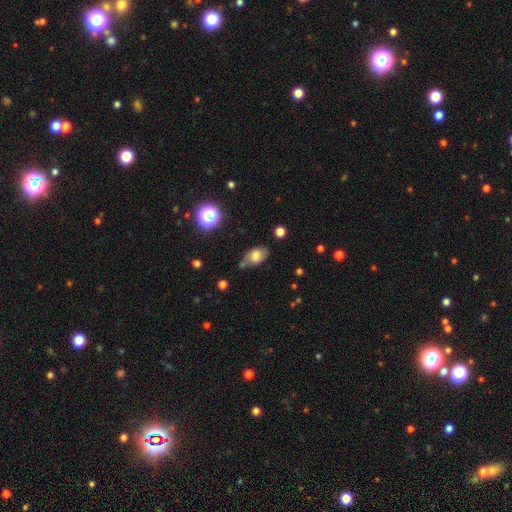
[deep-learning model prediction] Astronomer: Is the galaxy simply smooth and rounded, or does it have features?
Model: smooth — 68%.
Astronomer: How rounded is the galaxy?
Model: in between — 86%.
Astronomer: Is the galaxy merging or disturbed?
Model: none — 61%.